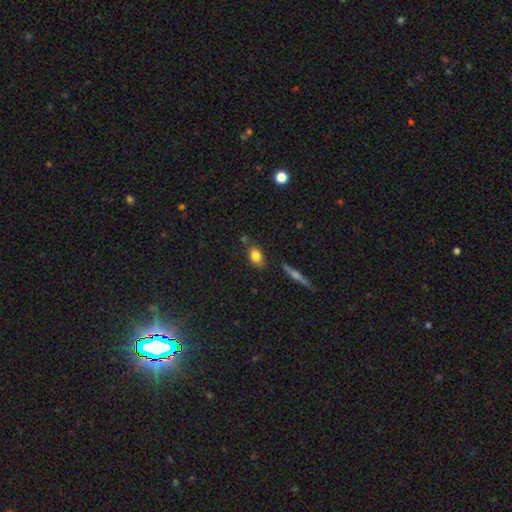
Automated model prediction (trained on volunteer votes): smooth 80%, featured or disk 10%, star or artifact 9%. Down the decision tree: how rounded — in between (75%); merging — none (72%).